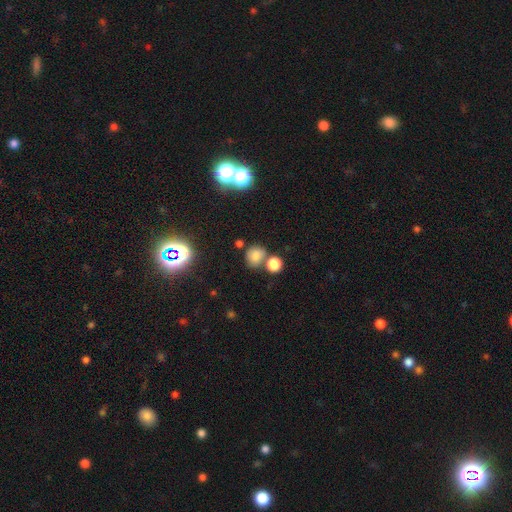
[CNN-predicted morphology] Q: Smooth or featured?
A: smooth (73%); runner-up: star or artifact (17%)
Q: How rounded?
A: round (78%); runner-up: in between (21%)
Q: Merging?
A: none (61%); runner-up: merger (23%)